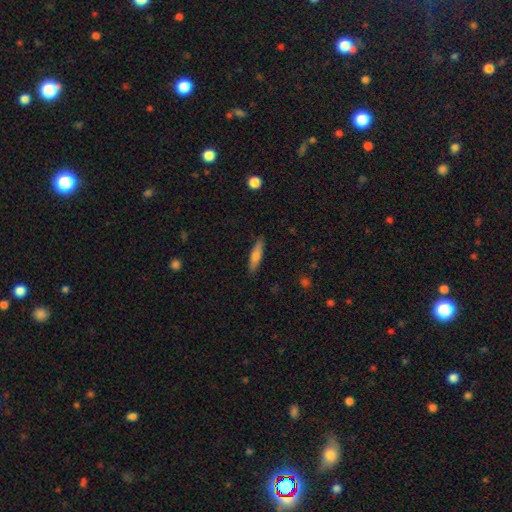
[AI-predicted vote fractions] A smooth galaxy with no disk features (68%) that is cigar-shaped (75%). Merging: none (86%).